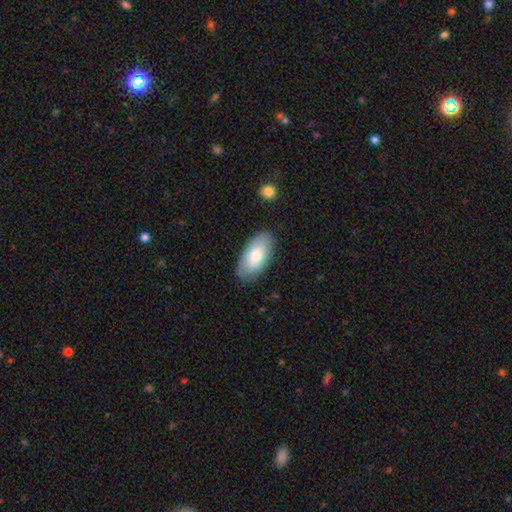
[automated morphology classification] This is likely a smooth galaxy (78%). How rounded: clearly in between (93%). Merging: clearly none (84%).